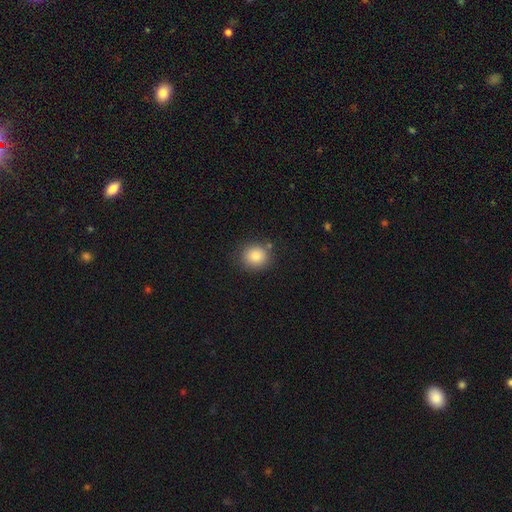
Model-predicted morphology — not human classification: smooth-or-featured: smooth: 83% | star or artifact: 10% | featured or disk: 7%
  how-rounded: round: 82% | in between: 17% | cigar-shaped: 1%
  merging: none: 80% | minor disturbance: 12% | merger: 4% | major disturbance: 3%